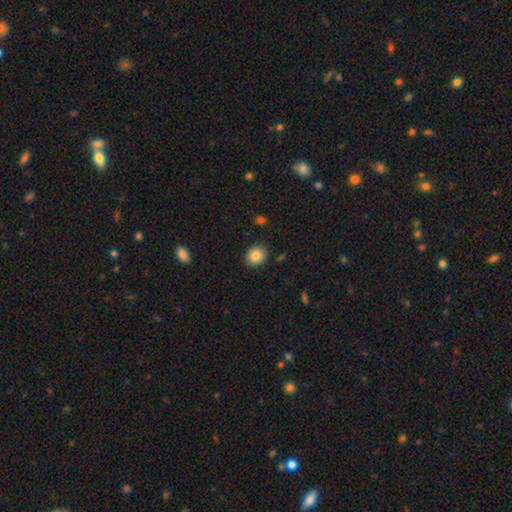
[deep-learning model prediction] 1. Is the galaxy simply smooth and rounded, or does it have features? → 85% smooth, 9% star or artifact, 6% featured or disk.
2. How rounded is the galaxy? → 65% round, 34% in between, 1% cigar-shaped.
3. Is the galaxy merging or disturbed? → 87% none, 9% minor disturbance, 2% major disturbance, 1% merger.